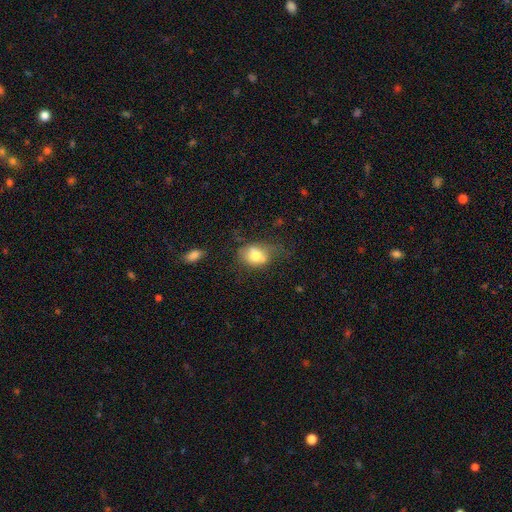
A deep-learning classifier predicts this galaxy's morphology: This appears to be a smooth galaxy with no disk features (71%) that is in between round and cigar-shaped (59%). Merging: none (44%).